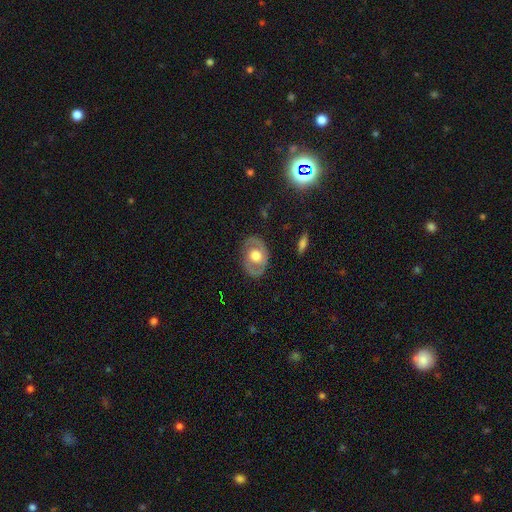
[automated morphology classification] Smooth or featured? Predicted: featured or disk (p=0.61). Edge-on disk? Predicted: no (p=0.93). Bar? Predicted: no (p=0.74). Spiral arms? Predicted: yes (p=0.52). Bulge size? Predicted: moderate (p=0.52). Merging? Predicted: none (p=0.81).